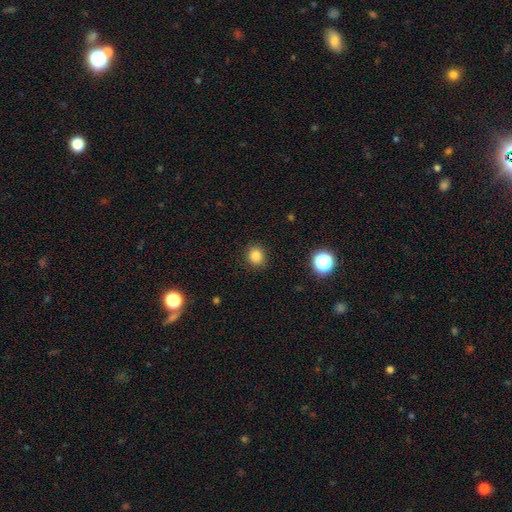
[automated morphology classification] Q: Smooth or featured?
A: smooth (84%); runner-up: star or artifact (12%)
Q: How rounded?
A: round (78%); runner-up: in between (21%)
Q: Merging?
A: none (89%); runner-up: minor disturbance (7%)